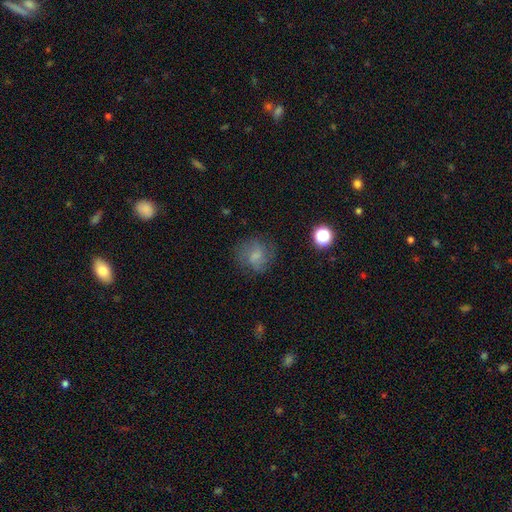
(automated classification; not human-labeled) A smooth galaxy with no disk features (55%) that is round (77%).

Vote fractions:
- Smooth or featured? smooth: 55% / featured or disk: 33% / star or artifact: 12%
- How rounded? round: 77% / in between: 22% / cigar-shaped: 1%
- Merging? none: 70% / minor disturbance: 18% / major disturbance: 11% / merger: 2%